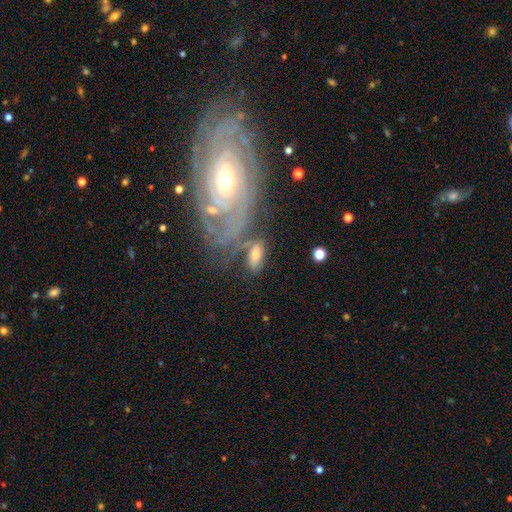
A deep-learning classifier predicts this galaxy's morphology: Overall: smooth (65%; featured or disk 27%). How rounded: in between (84%). Merging: none (52%; minor disturbance 20%).